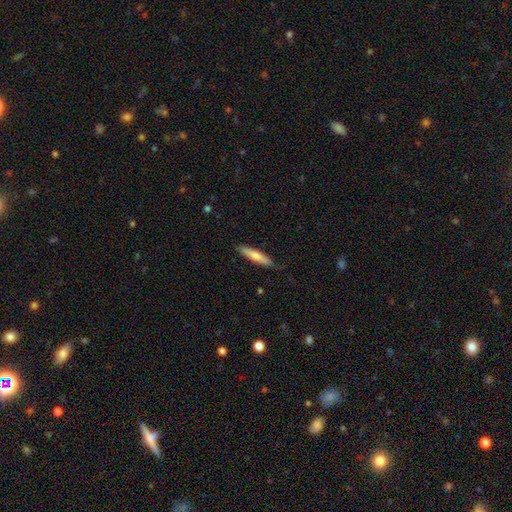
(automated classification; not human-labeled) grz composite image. It shows a smooth galaxy with no disk features (71%) that is cigar-shaped (85%). Merging: none (84%).